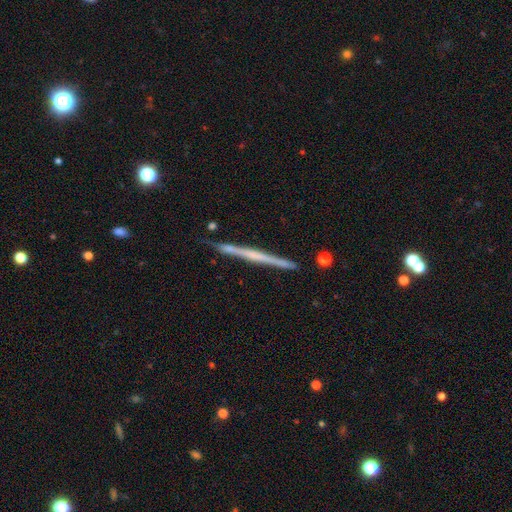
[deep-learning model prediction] Q: Smooth or featured?
A: featured or disk (66%); runner-up: smooth (29%)
Q: Edge-on disk?
A: yes (98%); runner-up: no (2%)
Q: Edge-on bulge?
A: none (71%); runner-up: rounded (20%)
Q: Merging?
A: none (89%); runner-up: minor disturbance (8%)